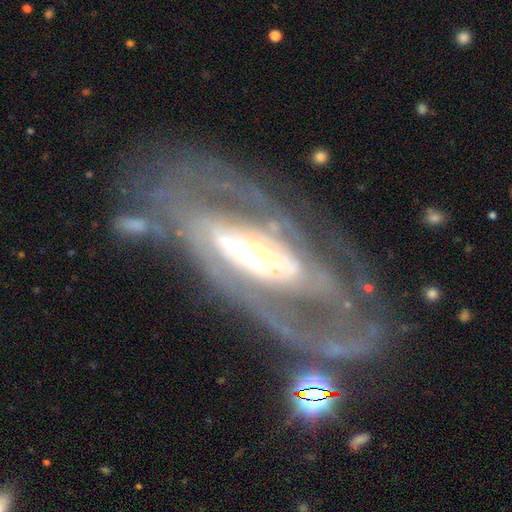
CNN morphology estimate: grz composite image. It shows a featured or disk galaxy (86%) with no bar (37%), 2 (53%) tight (50%) spiral arms (84%) and a small central bulge (43%, tied with moderate). Merging: none (62%).